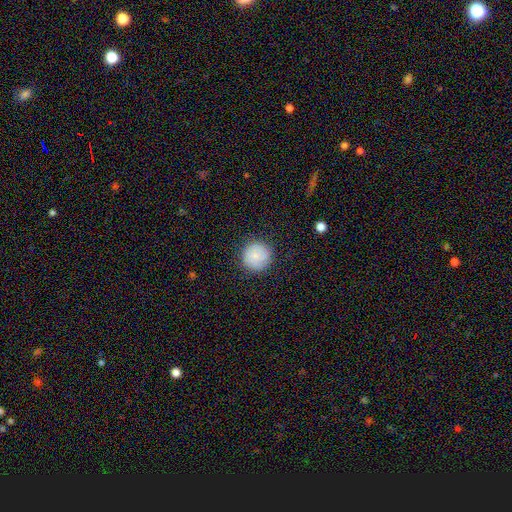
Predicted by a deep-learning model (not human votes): Overall: smooth (80%). How rounded: round (95%). Merging: none (86%).